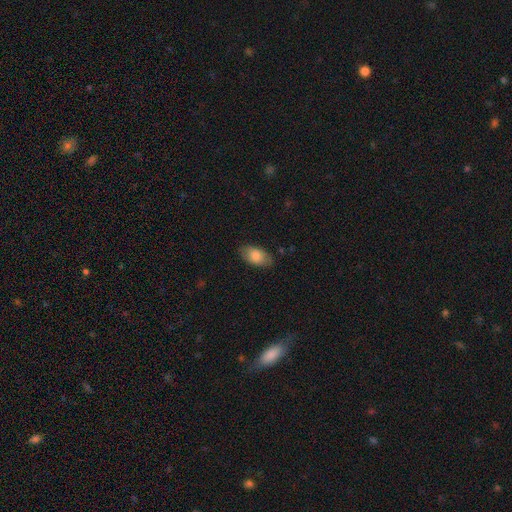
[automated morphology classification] Q: Smooth or featured?
A: smooth (83%); runner-up: featured or disk (10%)
Q: How rounded?
A: in between (92%); runner-up: round (5%)
Q: Merging?
A: none (80%); runner-up: minor disturbance (15%)